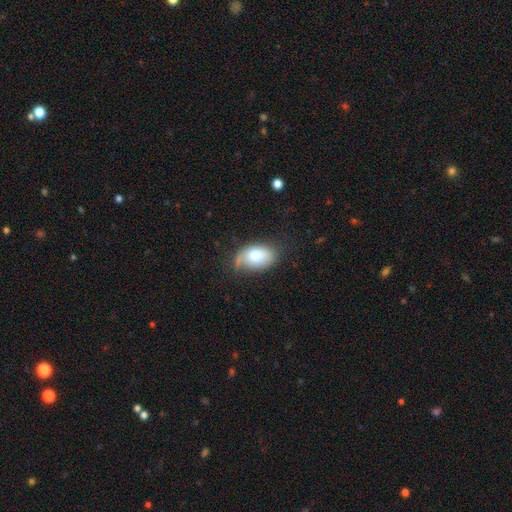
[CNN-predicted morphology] smooth 73%, featured or disk 20%, star or artifact 7%. Down the decision tree: how rounded — in between (90%); merging — none (56%).